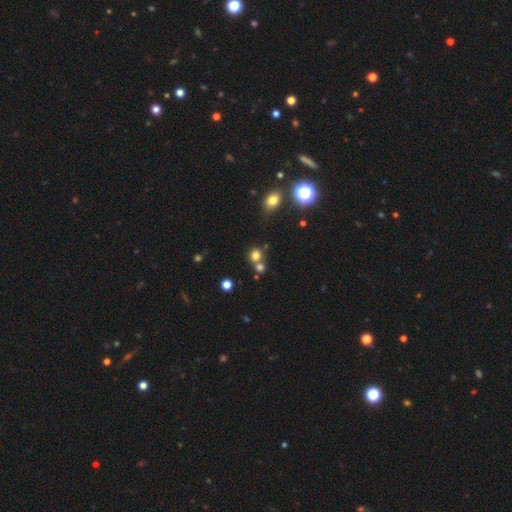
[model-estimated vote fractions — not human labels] Smooth or featured? smooth (75%)
How rounded? round (87%)
Merging? none (57%)